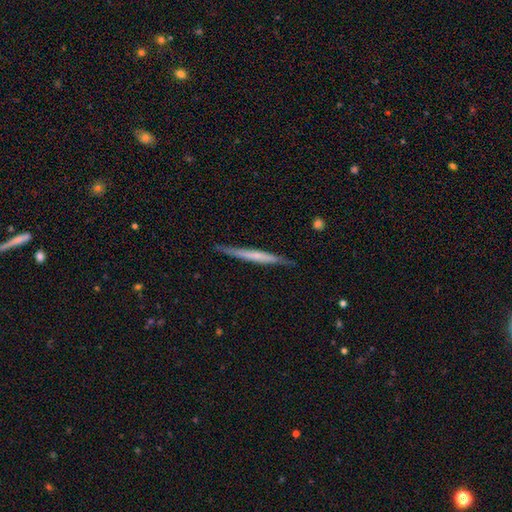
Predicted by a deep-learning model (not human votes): Smooth or featured?
  - featured or disk: 53% *
  - smooth: 42%
  - star or artifact: 5%
Edge-on disk?
  - yes: 95% *
  - no: 5%
Edge-on bulge?
  - none: 68% *
  - rounded: 23%
  - boxy: 8%
Merging?
  - none: 84% *
  - minor disturbance: 12%
  - major disturbance: 2%
  - merger: 1%